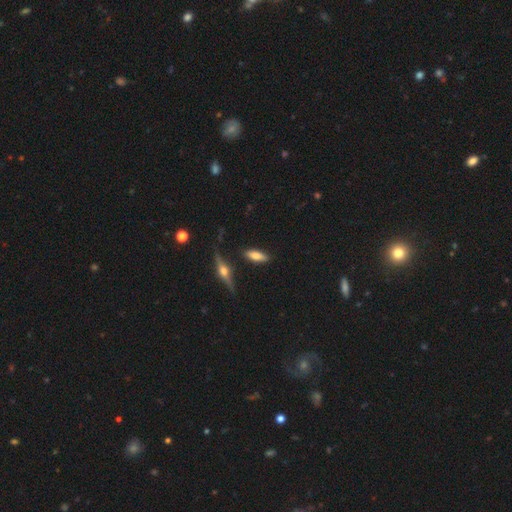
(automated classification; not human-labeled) A smooth galaxy with no disk features (68%) that is in between round and cigar-shaped (66%). Merging: none (82%).